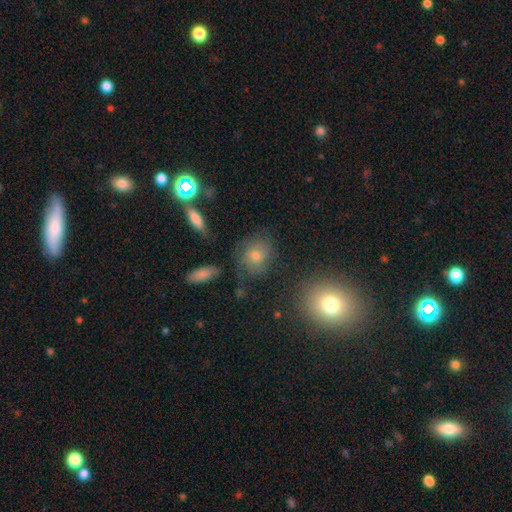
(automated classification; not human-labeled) Q: Smooth or featured?
A: smooth (47%); runner-up: featured or disk (31%)
Q: Merging?
A: none (68%); runner-up: minor disturbance (19%)